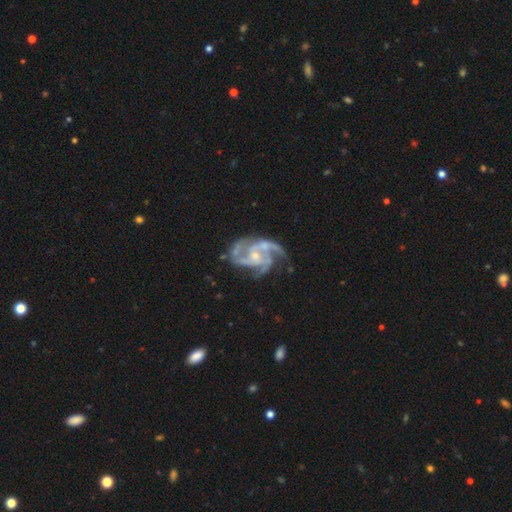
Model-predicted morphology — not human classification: smooth-or-featured: featured or disk: 92% | star or artifact: 5% | smooth: 3%
  disk-edge-on: no: 98% | yes: 2%
    bar: no: 60% | weak: 31% | strong: 9%
    has-spiral-arms: yes: 98% | no: 2%
      spiral-winding: medium: 55% | tight: 32% | loose: 13%
      spiral-arm-count: 3: 50% | 4: 22% | 2: 11% | can't tell: 8% | more than 4: 5% | 1: 5%
    bulge-size: small: 60% | moderate: 33% | none: 4% | large: 2% | dominant: 1%
  merging: none: 60% | minor disturbance: 21% | major disturbance: 16% | merger: 3%